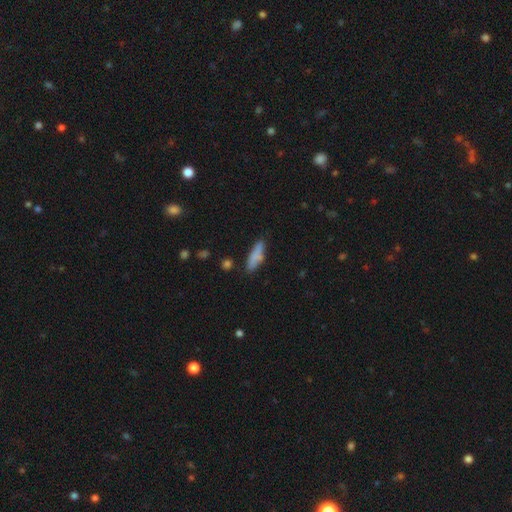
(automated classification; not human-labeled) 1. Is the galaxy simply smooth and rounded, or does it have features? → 79% smooth, 13% featured or disk, 7% star or artifact.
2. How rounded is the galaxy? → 56% cigar-shaped, 42% in between, 2% round.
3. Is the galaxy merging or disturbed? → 70% none, 20% minor disturbance, 5% major disturbance, 5% merger.